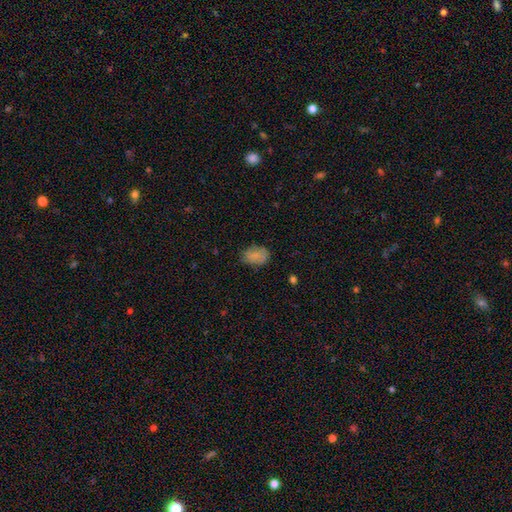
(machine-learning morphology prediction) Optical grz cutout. It shows a smooth galaxy with no disk features (79%) that is in between round and cigar-shaped (79%). Merging: none (73%).